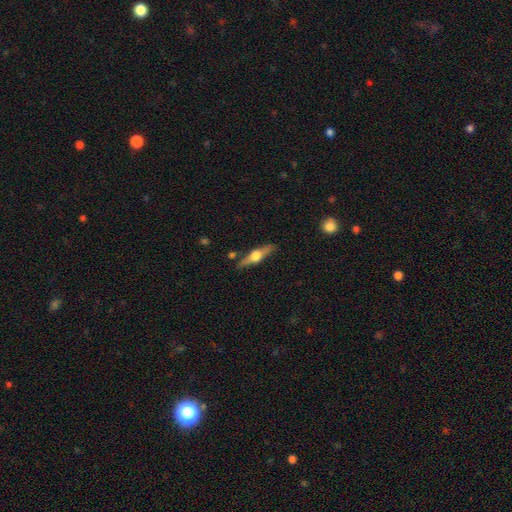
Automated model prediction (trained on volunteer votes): featured or disk 68%, smooth 27%, star or artifact 6%. Down the decision tree: edge-on disk — yes (96%); edge-on bulge — rounded (95%); merging — none (85%).